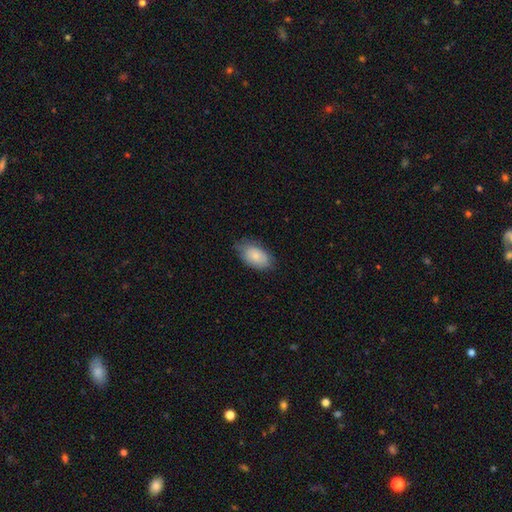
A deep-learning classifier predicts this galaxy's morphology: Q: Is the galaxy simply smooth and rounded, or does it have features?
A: smooth — 82%.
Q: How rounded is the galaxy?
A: in between — 93%.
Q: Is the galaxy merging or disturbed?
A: none — 68%.